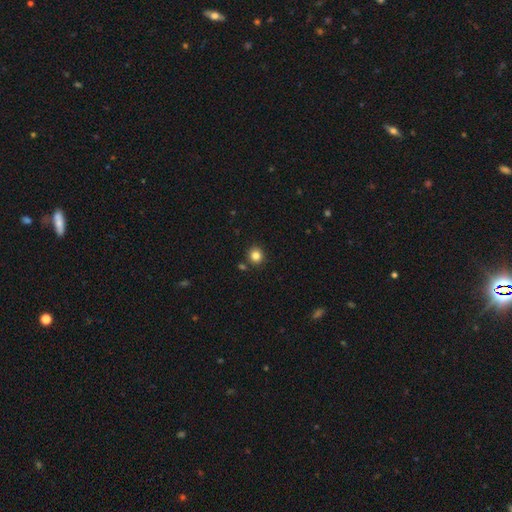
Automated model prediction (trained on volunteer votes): Morphology: type=smooth (83%); roundness=round (90%); merging=none (86%).